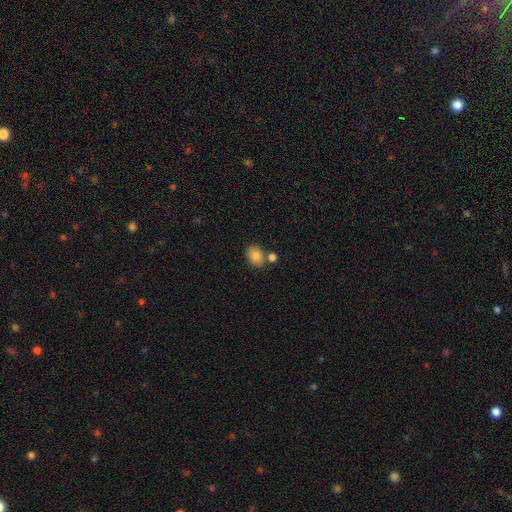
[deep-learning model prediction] This is clearly a smooth galaxy (82%). How rounded: possibly in between (59%). Merging: likely none (66%).